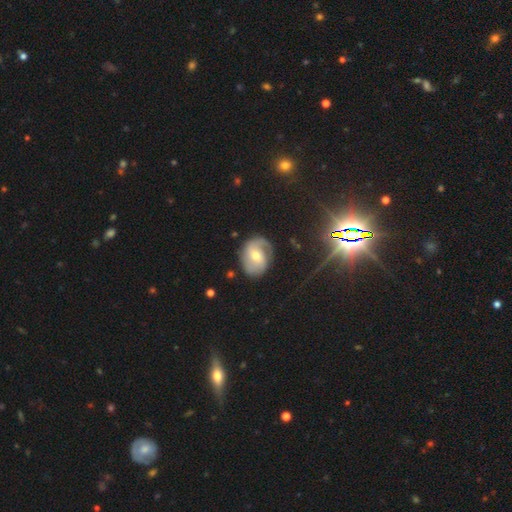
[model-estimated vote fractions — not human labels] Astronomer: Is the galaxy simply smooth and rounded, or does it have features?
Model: featured or disk — 70%.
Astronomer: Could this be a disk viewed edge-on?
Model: no — 97%.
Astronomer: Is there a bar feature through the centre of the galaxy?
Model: no — 44% (runner-up: weak, 43%).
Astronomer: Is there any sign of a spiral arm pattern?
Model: yes — 89%.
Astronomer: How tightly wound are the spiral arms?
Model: medium — 43% (runner-up: tight, 32%).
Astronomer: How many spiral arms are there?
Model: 2 — 67%.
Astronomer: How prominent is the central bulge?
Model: moderate — 61%.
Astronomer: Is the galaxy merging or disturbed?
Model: none — 71%.